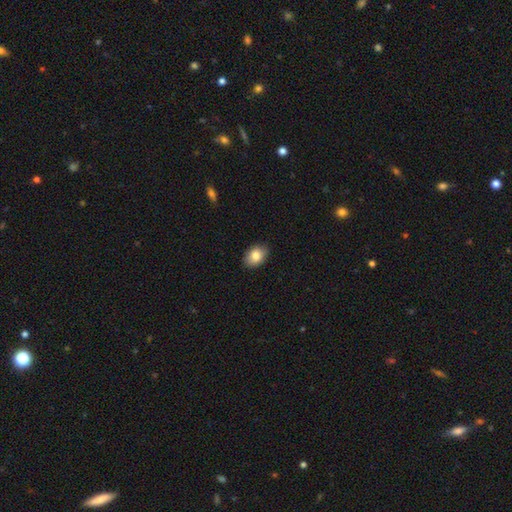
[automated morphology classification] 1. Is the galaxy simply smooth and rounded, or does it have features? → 83% smooth, 9% featured or disk, 8% star or artifact.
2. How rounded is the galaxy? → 81% in between, 18% round, 1% cigar-shaped.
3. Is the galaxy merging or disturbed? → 88% none, 9% minor disturbance, 2% major disturbance, 1% merger.